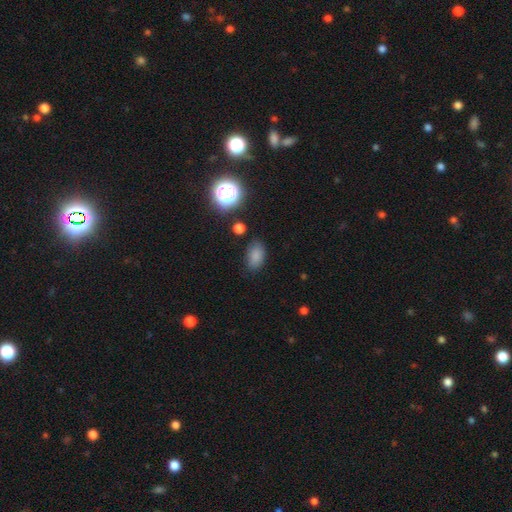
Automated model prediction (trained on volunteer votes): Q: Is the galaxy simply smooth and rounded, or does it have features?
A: smooth — 81%.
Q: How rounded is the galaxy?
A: in between — 87%.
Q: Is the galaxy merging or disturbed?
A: none — 78%.